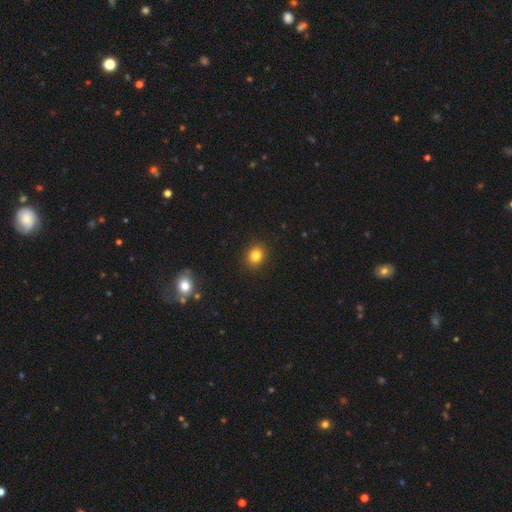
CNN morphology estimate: A smooth galaxy with no disk features (82%) that is round (70%).

Vote fractions:
- Smooth or featured? smooth: 82% / star or artifact: 12% / featured or disk: 6%
- How rounded? round: 70% / in between: 30% / cigar-shaped: 1%
- Merging? none: 90% / minor disturbance: 7% / major disturbance: 2% / merger: 1%